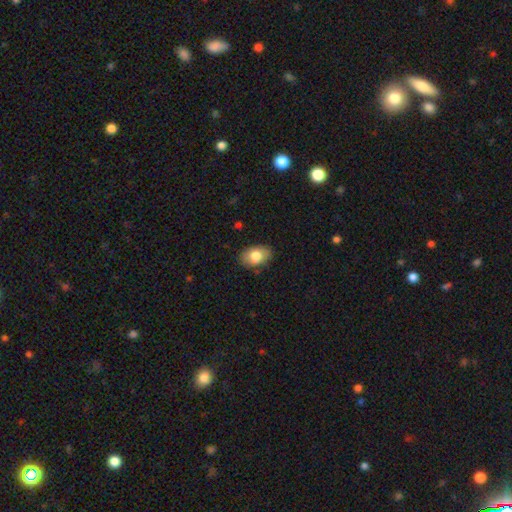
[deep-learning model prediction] The model was most divided on "smooth or featured": smooth: 80%, featured or disk: 13%, star or artifact: 7%. More confident: how rounded — in between (86%); merging — none (83%).